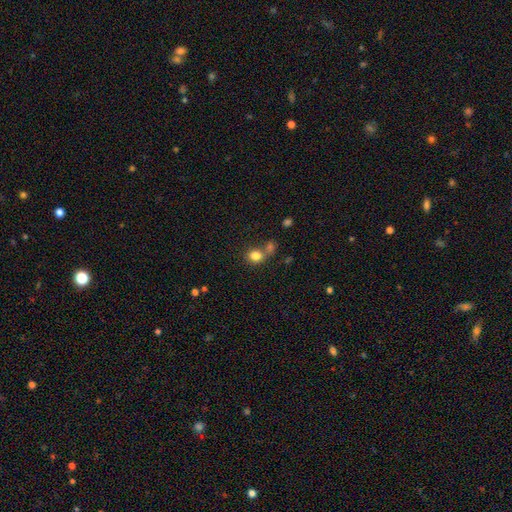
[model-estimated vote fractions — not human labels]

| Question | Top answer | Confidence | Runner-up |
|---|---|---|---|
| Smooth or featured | smooth | 81% | star or artifact (11%) |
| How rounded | round | 69% | in between (30%) |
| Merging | none | 48% | merger (37%) |